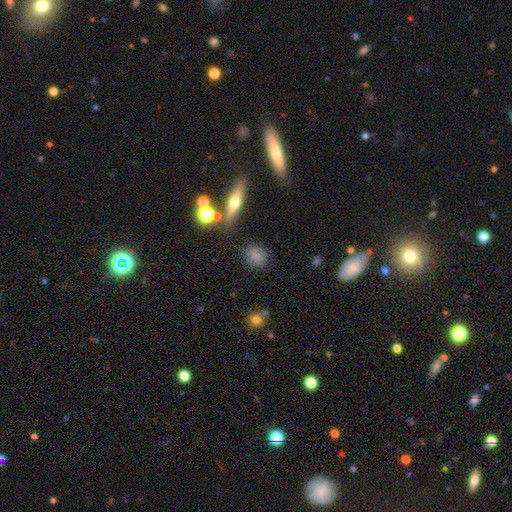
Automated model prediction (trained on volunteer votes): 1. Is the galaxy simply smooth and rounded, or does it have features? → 77% smooth, 13% star or artifact, 10% featured or disk.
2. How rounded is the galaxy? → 48% round, 47% in between, 5% cigar-shaped.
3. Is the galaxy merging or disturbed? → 79% none, 12% minor disturbance, 4% major disturbance, 4% merger.